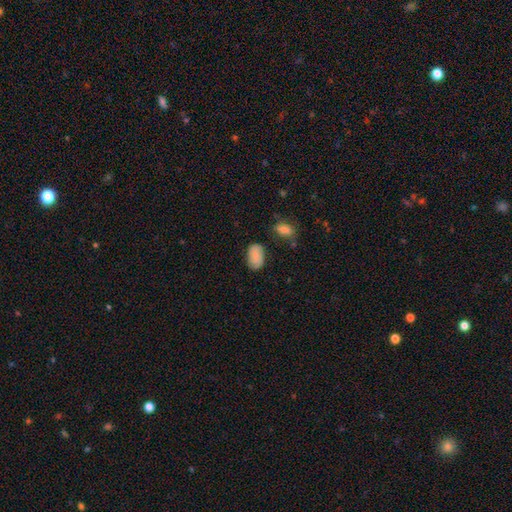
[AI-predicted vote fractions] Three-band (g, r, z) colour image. It shows a smooth galaxy with no disk features (82%) that is in between round and cigar-shaped (92%). Merging: none (71%).